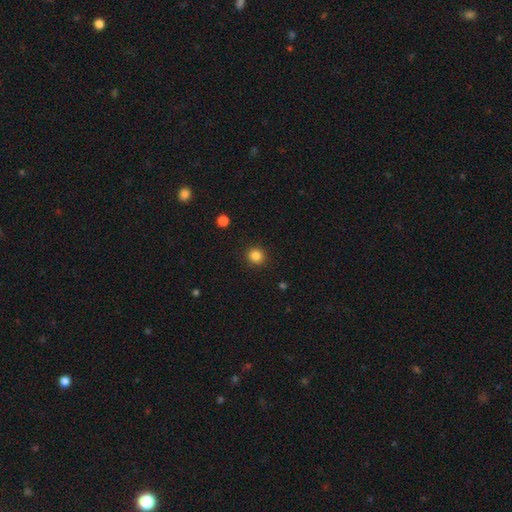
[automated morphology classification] smooth-or-featured: smooth: 85% | star or artifact: 11% | featured or disk: 4%
  how-rounded: round: 93% | in between: 6% | cigar-shaped: 1%
  merging: none: 92% | minor disturbance: 5% | major disturbance: 2% | merger: 1%